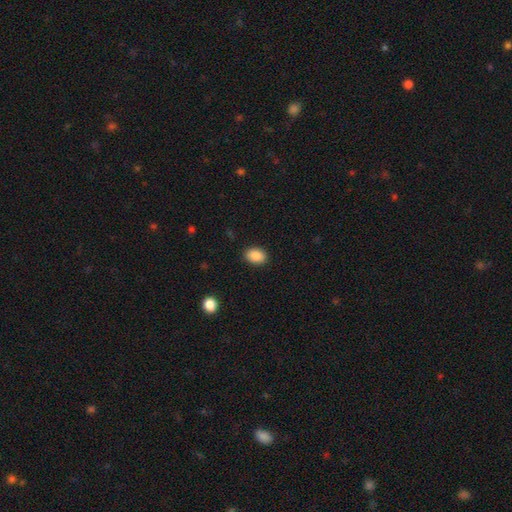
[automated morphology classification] smooth-or-featured: smooth: 89% | star or artifact: 8% | featured or disk: 3%
  how-rounded: in between: 80% | round: 19% | cigar-shaped: 1%
  merging: none: 89% | minor disturbance: 8% | major disturbance: 2% | merger: 1%